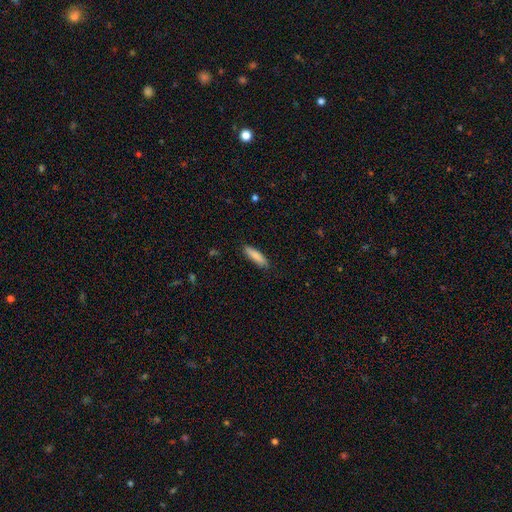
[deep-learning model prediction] A smooth galaxy with no disk features (86%) that is cigar-shaped (72%). Merging: none (86%).